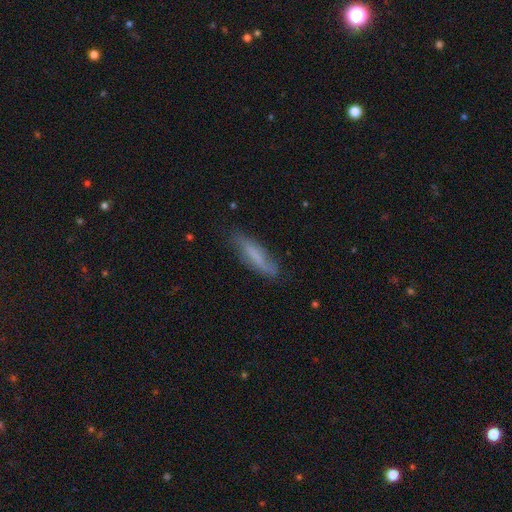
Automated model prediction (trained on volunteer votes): The model was most divided on "smooth or featured": smooth: 59%, featured or disk: 33%, star or artifact: 8%. More confident: merging — none (71%); how rounded — cigar-shaped (71%).